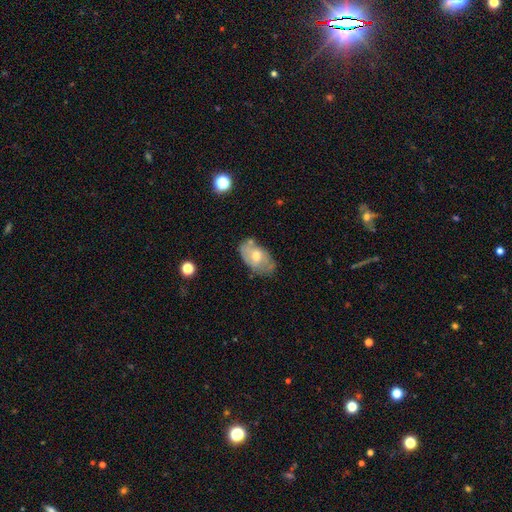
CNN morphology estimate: Smooth or featured?
  - smooth: 50% *
  - featured or disk: 43%
  - star or artifact: 7%
Merging?
  - none: 57% *
  - minor disturbance: 28%
  - major disturbance: 8%
  - merger: 8%